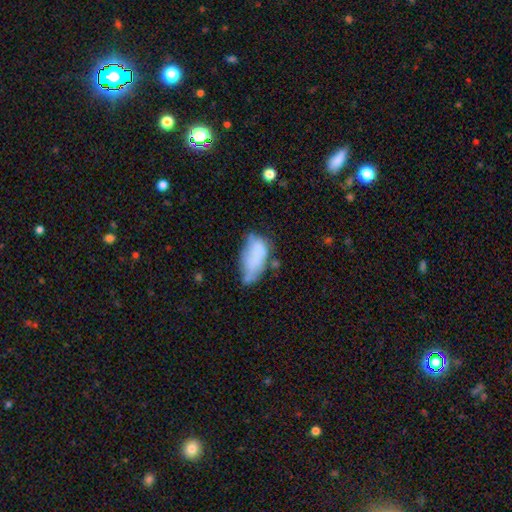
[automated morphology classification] smooth-or-featured: smooth: 68% | featured or disk: 23% | star or artifact: 9%
  how-rounded: in between: 92% | cigar-shaped: 5% | round: 3%
  merging: minor disturbance: 37% | none: 27% | major disturbance: 24% | merger: 12%